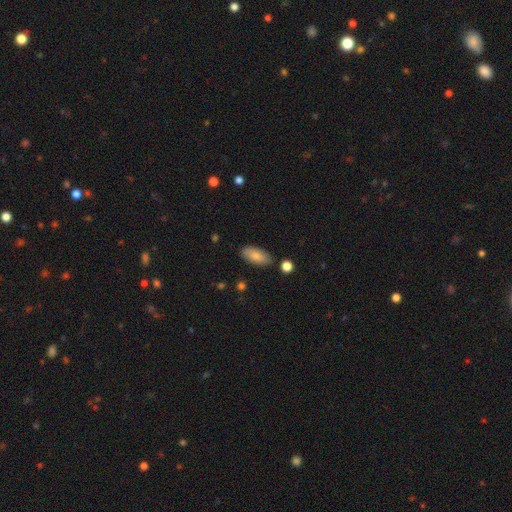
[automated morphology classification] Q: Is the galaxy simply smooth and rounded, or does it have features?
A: smooth — 83%.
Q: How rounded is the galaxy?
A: in between — 90%.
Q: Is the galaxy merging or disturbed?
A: none — 84%.